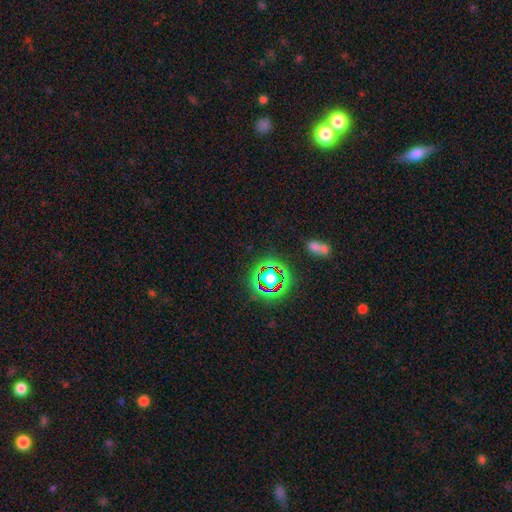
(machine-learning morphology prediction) Q: Smooth or featured?
A: star or artifact (75%); runner-up: smooth (15%)